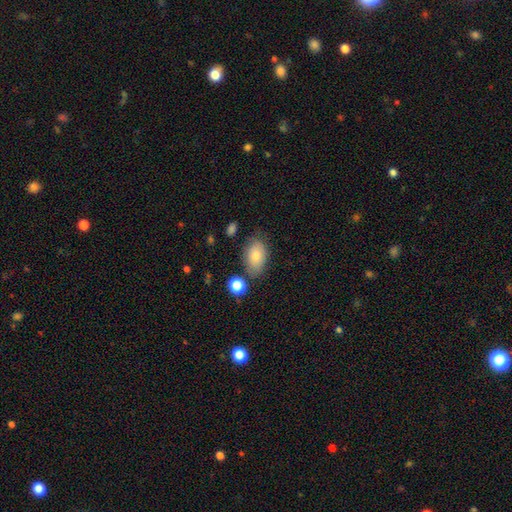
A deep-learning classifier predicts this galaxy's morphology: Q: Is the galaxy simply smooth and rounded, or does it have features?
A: smooth — 77%.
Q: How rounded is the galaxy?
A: in between — 88%.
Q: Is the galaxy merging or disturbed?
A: none — 69%.